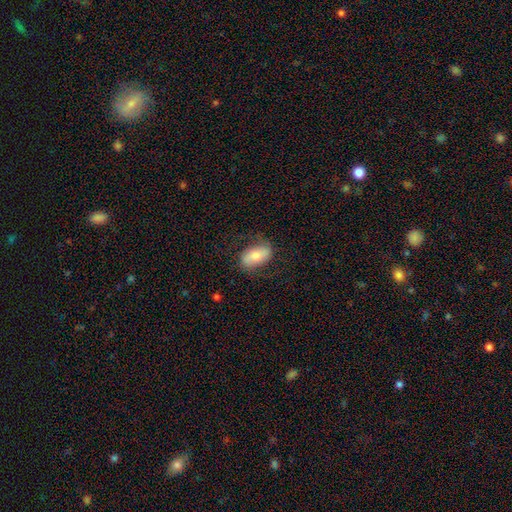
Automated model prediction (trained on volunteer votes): smooth-or-featured: smooth: 62% | featured or disk: 32% | star or artifact: 6%
  how-rounded: in between: 91% | round: 5% | cigar-shaped: 4%
  merging: none: 75% | minor disturbance: 17% | major disturbance: 7% | merger: 1%